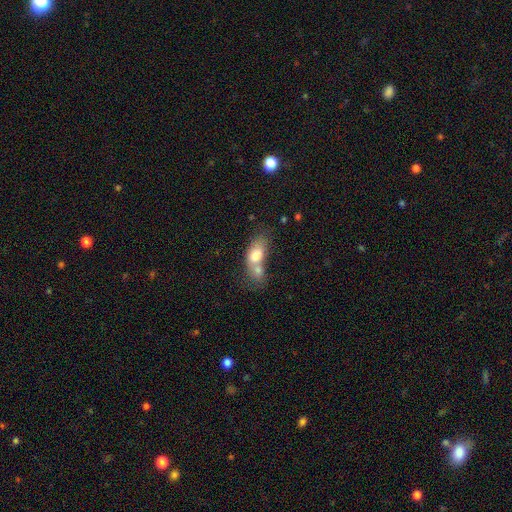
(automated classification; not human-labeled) Smooth or featured? Predicted: smooth (p=0.73). How rounded? Predicted: in between (p=0.82). Merging? Predicted: merger (p=0.65).